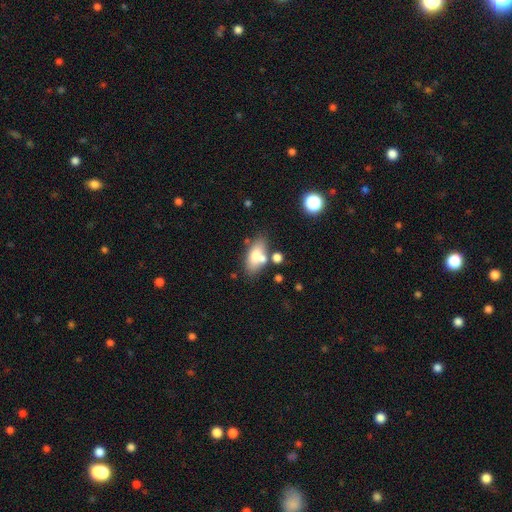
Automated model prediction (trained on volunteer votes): smooth 72%, featured or disk 19%, star or artifact 9%. Down the decision tree: how rounded — in between (84%); merging — none (57%).